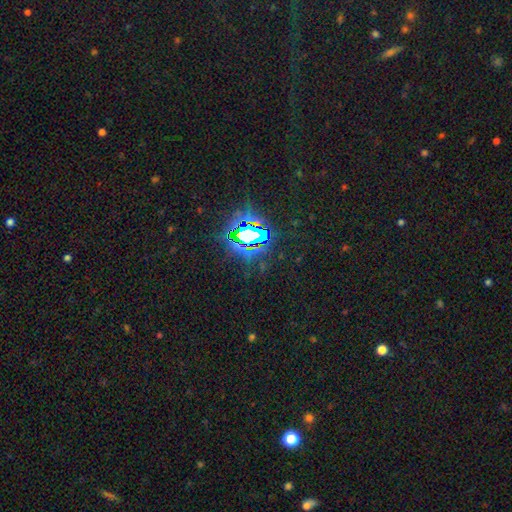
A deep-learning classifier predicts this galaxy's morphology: star or artifact 81%, smooth 13%, featured or disk 6%.